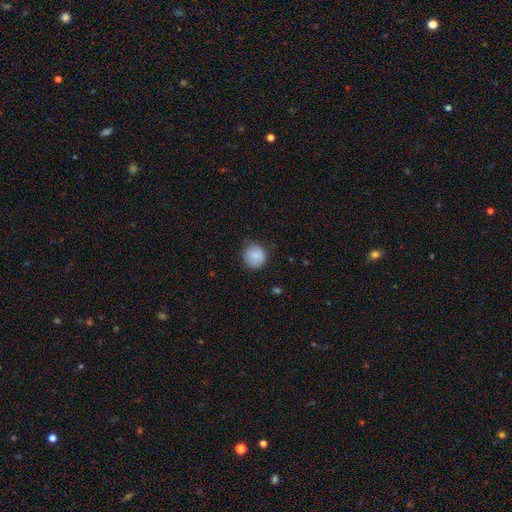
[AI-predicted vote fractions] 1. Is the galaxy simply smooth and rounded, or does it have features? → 84% smooth, 8% star or artifact, 8% featured or disk.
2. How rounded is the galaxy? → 87% round, 12% in between, 1% cigar-shaped.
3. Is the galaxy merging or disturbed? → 73% none, 21% minor disturbance, 5% major disturbance, 1% merger.